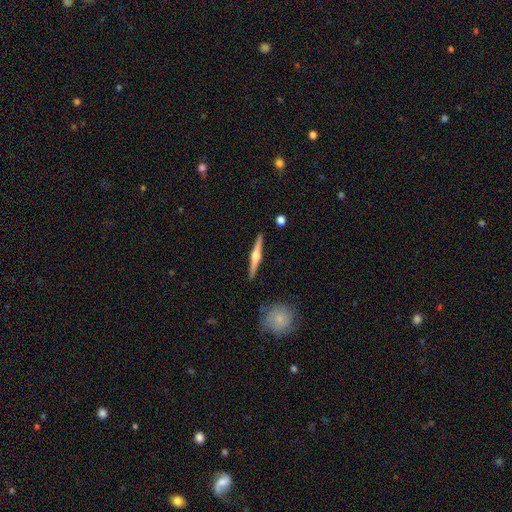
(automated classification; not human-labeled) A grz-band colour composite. It shows a featured or disk galaxy (74%) viewed edge-on (98%) with a rounded central bulge (94%). Merging: none (91%).